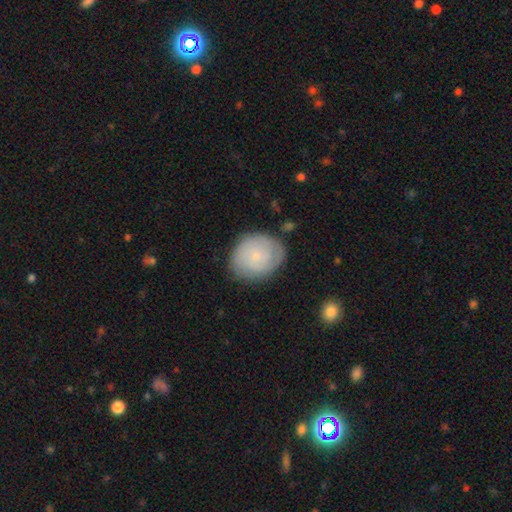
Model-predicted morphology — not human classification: A featured or disk galaxy (48%). Merging: none (76%).